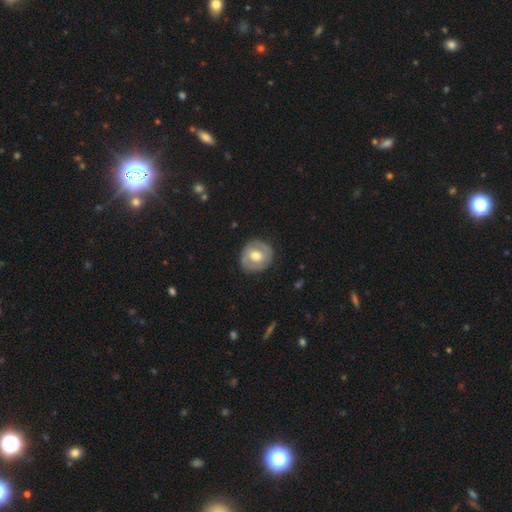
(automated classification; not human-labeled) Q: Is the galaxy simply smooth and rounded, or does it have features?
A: smooth — 49%.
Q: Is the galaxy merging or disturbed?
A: none — 82%.